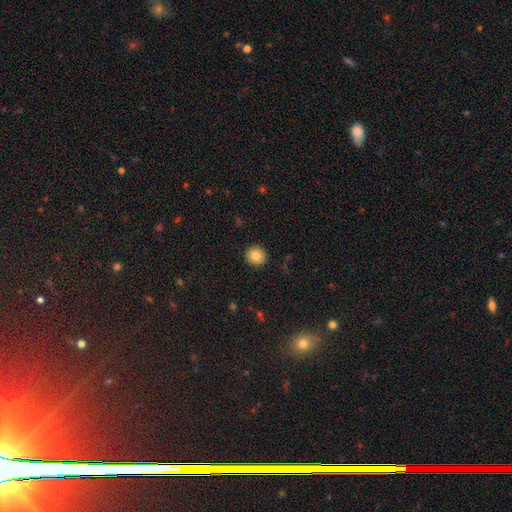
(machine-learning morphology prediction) Q: Smooth or featured?
A: smooth (84%); runner-up: star or artifact (9%)
Q: How rounded?
A: round (92%); runner-up: in between (7%)
Q: Merging?
A: none (92%); runner-up: minor disturbance (5%)